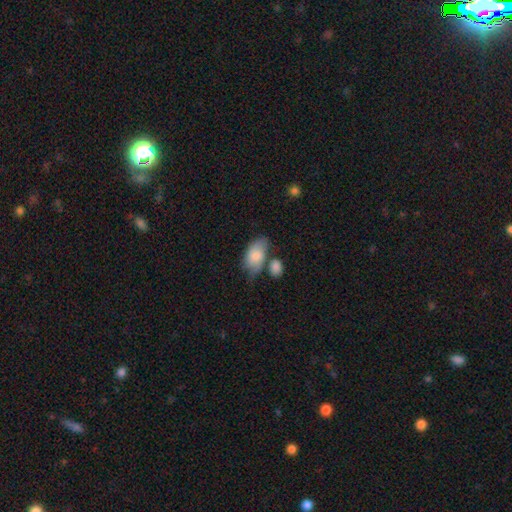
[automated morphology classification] type=smooth (75%); roundness=in between (91%); merging=none (38%).